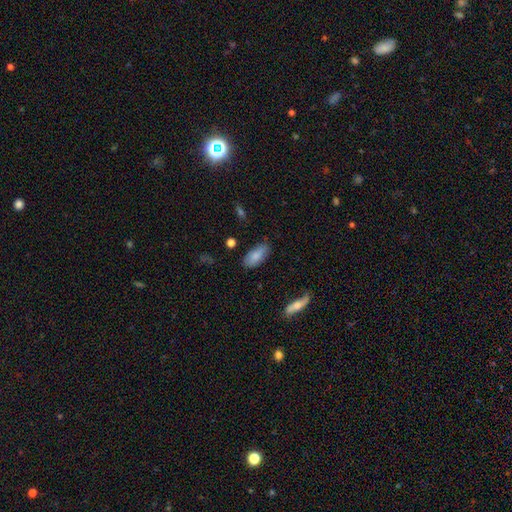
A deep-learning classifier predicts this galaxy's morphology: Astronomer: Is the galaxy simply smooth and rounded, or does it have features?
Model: smooth — 82%.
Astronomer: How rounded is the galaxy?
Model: in between — 87%.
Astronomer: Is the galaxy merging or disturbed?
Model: none — 76%.